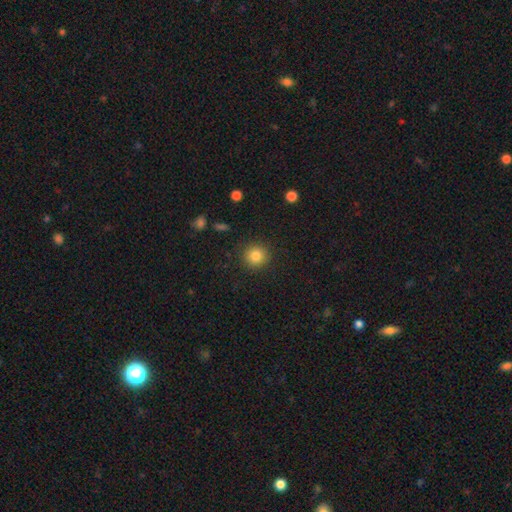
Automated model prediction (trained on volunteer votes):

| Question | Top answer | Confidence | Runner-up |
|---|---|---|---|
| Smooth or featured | smooth | 83% | star or artifact (11%) |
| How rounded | round | 92% | in between (7%) |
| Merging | none | 90% | minor disturbance (7%) |